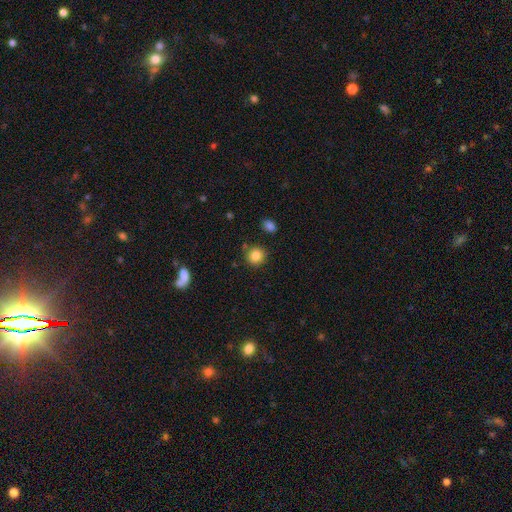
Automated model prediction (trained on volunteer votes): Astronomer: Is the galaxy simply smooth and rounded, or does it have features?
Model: smooth — 84%.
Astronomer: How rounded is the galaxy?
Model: round — 89%.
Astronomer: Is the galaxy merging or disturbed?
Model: none — 84%.